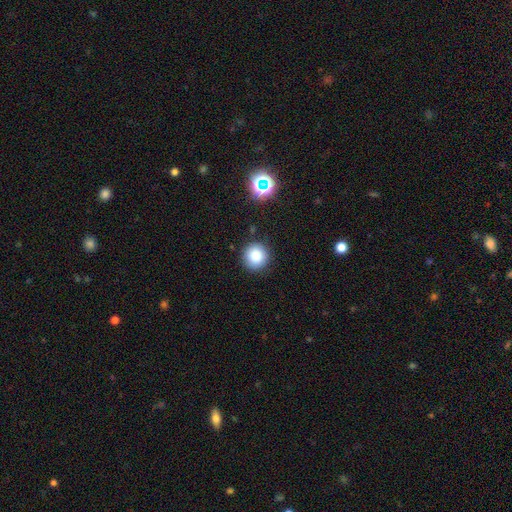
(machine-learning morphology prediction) This is clearly a smooth galaxy (84%). How rounded: clearly round (94%). Merging: clearly none (89%).